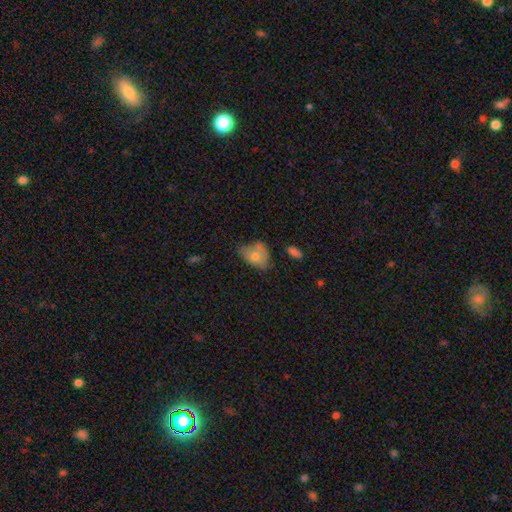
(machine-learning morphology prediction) Q: Smooth or featured?
A: smooth (65%); runner-up: featured or disk (27%)
Q: How rounded?
A: in between (72%); runner-up: round (27%)
Q: Merging?
A: minor disturbance (37%); runner-up: none (32%)